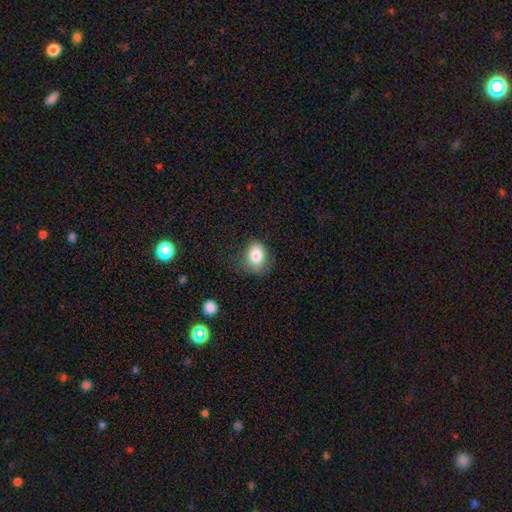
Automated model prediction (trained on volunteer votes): smooth_or_featured: smooth (p=0.82) [alt: star or artifact p=0.09]
how_rounded: in between (p=0.55) [alt: round p=0.44]
merging: none (p=0.65) [alt: minor disturbance p=0.25]